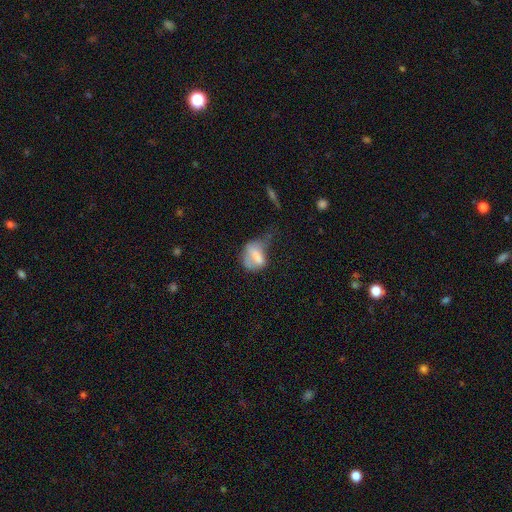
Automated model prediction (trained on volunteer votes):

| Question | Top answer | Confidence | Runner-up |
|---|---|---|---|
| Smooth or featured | smooth | 65% | featured or disk (25%) |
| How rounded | in between | 72% | round (24%) |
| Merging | major disturbance | 45% | minor disturbance (29%) |